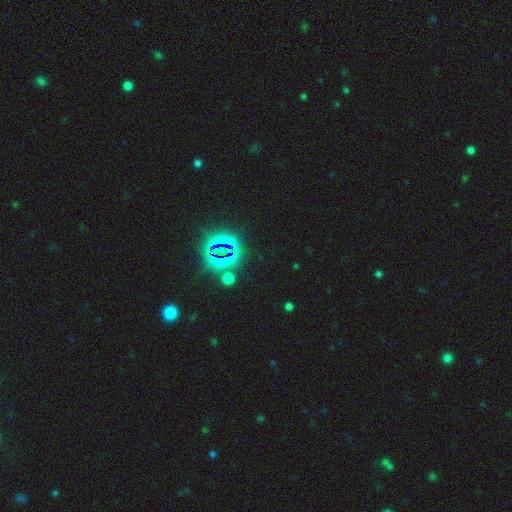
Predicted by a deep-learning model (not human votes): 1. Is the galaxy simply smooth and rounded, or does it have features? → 81% star or artifact, 11% smooth, 7% featured or disk.